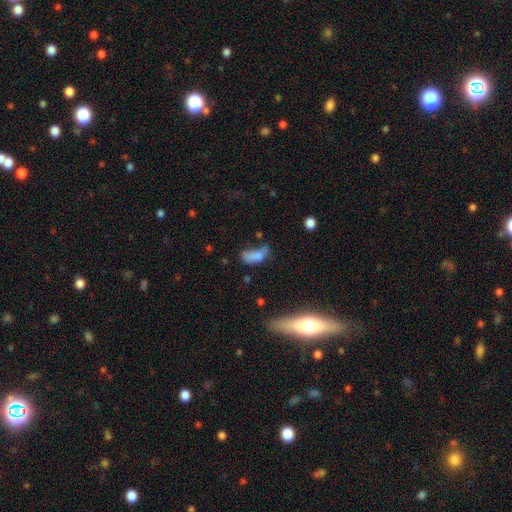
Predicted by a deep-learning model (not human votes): The model was most divided on "merging": major disturbance: 29%, none: 26%, minor disturbance: 24%, merger: 20%. More confident: how rounded — in between (81%); smooth or featured — smooth (67%).